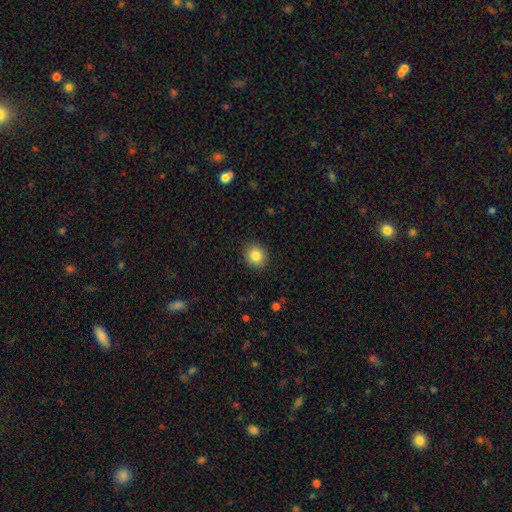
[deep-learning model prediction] Smooth or featured? smooth (84%)
How rounded? round (84%)
Merging? none (90%)